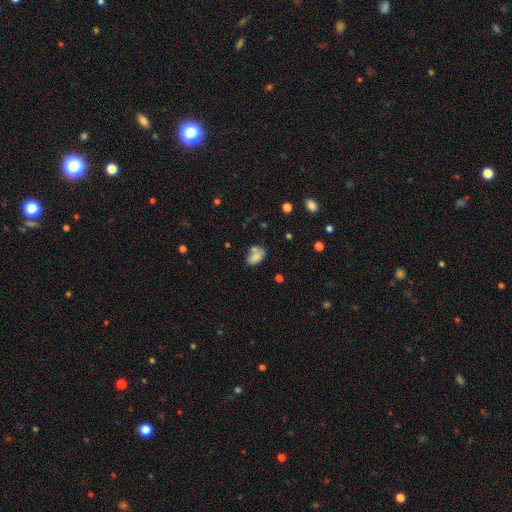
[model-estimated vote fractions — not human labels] smooth 75%, featured or disk 15%, star or artifact 10%. Down the decision tree: how rounded — in between (85%); merging — none (43%).